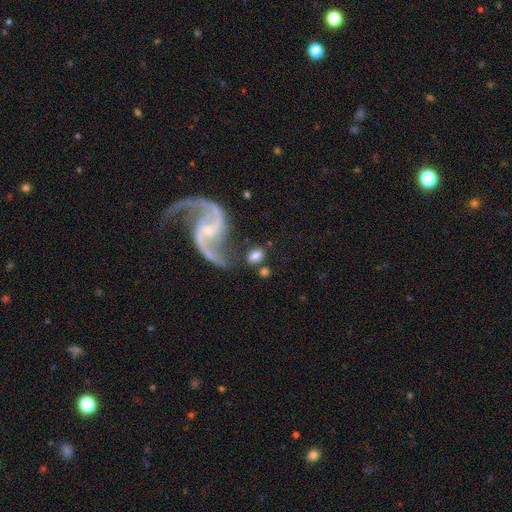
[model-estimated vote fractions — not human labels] smooth 54%, featured or disk 38%, star or artifact 8%. Down the decision tree: how rounded — in between (76%); merging — none (61%).